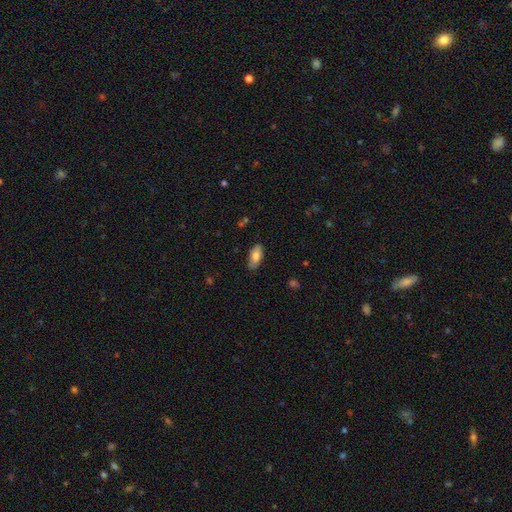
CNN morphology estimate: Q: Smooth or featured?
A: smooth (78%); runner-up: featured or disk (15%)
Q: How rounded?
A: in between (89%); runner-up: cigar-shaped (9%)
Q: Merging?
A: none (83%); runner-up: minor disturbance (14%)